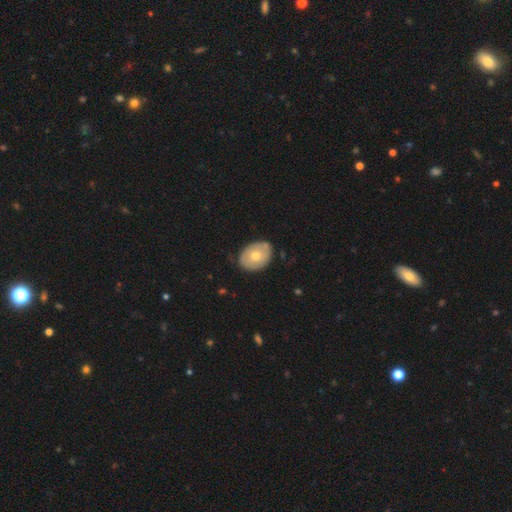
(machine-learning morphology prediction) This appears to be a smooth galaxy with no disk features (64%) that is in between round and cigar-shaped (72%). Merging: none (79%).